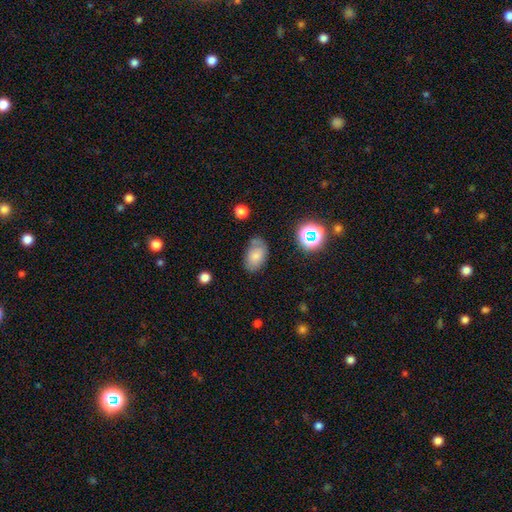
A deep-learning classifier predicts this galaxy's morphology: This appears to be a smooth galaxy with no disk features (72%) that is in between round and cigar-shaped (89%). Merging: none (65%).